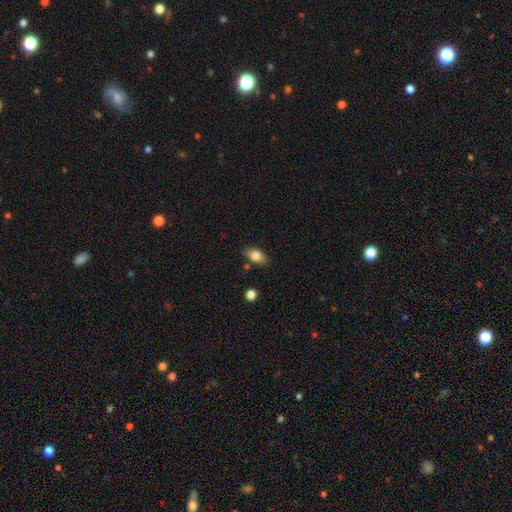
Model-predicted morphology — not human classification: The model was most divided on "smooth or featured": smooth: 79%, featured or disk: 13%, star or artifact: 8%. More confident: how rounded — in between (87%); merging — none (82%).